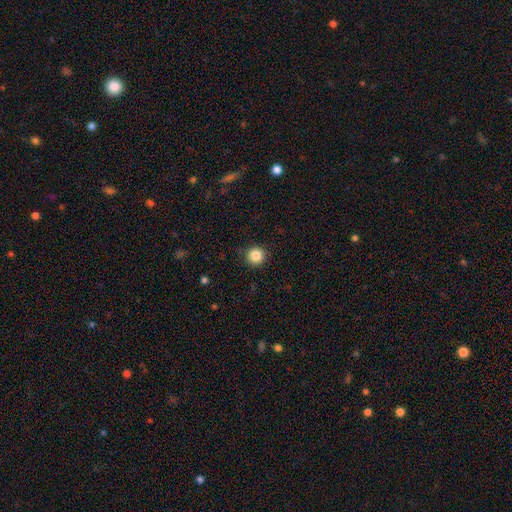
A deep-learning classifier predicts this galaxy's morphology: Q: Smooth or featured?
A: smooth (85%); runner-up: star or artifact (10%)
Q: How rounded?
A: round (95%); runner-up: in between (4%)
Q: Merging?
A: none (90%); runner-up: minor disturbance (7%)